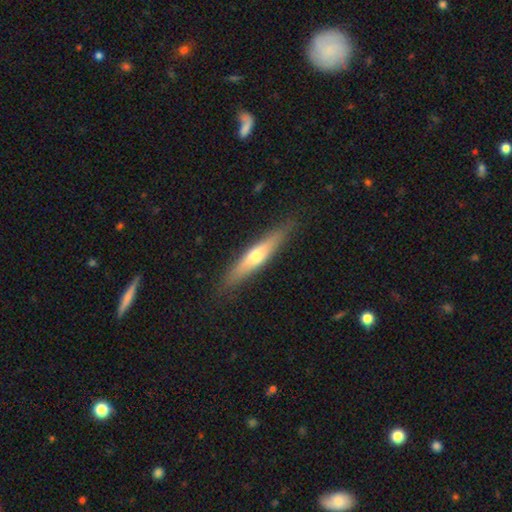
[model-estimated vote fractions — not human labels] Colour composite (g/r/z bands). It shows a featured or disk galaxy (49%). Merging: none (87%).